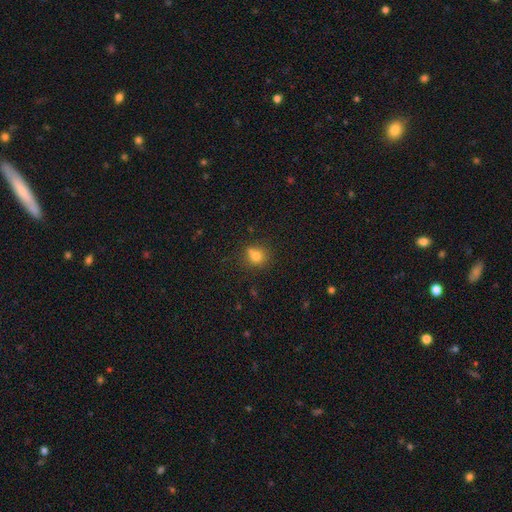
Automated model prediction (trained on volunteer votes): This is likely a smooth galaxy (75%). How rounded: likely round (80%). Merging: likely none (60%).